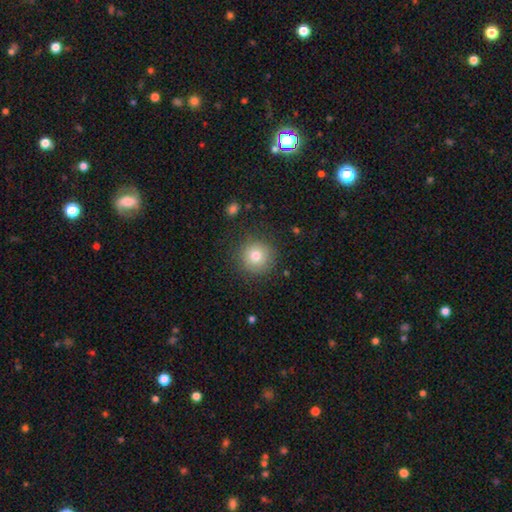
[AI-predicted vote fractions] smooth_or_featured: smooth (p=0.76) [alt: star or artifact p=0.12]
how_rounded: round (p=0.95) [alt: in between p=0.04]
merging: none (p=0.86) [alt: minor disturbance p=0.09]